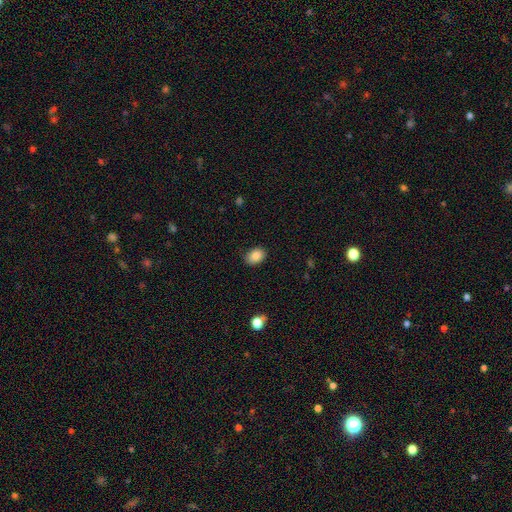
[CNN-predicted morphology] type=smooth (87%); roundness=in between (77%); merging=none (84%).